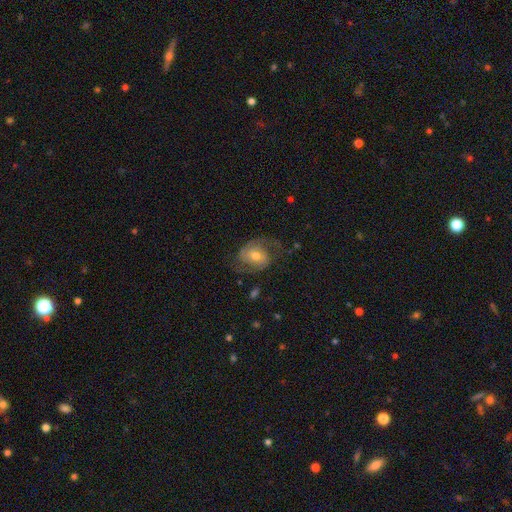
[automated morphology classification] Smooth or featured? featured or disk (73%)
Edge-on disk? no (97%)
Bar? no (60%)
Spiral arms? yes (92%)
Spiral winding? medium (47%)
Spiral arm count? 2 (88%)
Bulge size? moderate (68%)
Merging? none (66%)